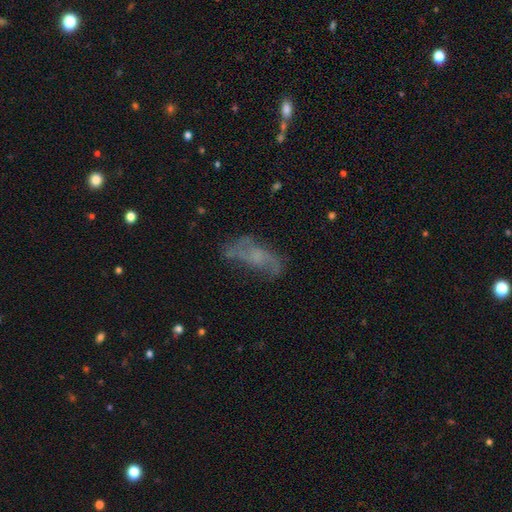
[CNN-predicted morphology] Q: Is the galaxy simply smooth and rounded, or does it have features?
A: featured or disk — 55%.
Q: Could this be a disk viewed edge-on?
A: no — 88%.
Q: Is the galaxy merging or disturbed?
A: none — 51%.